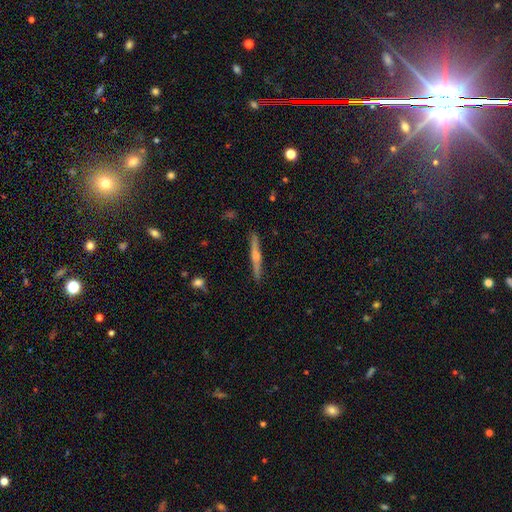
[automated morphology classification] A featured or disk galaxy (64%) viewed edge-on (98%) with a rounded central bulge (70%). Merging: none (90%).